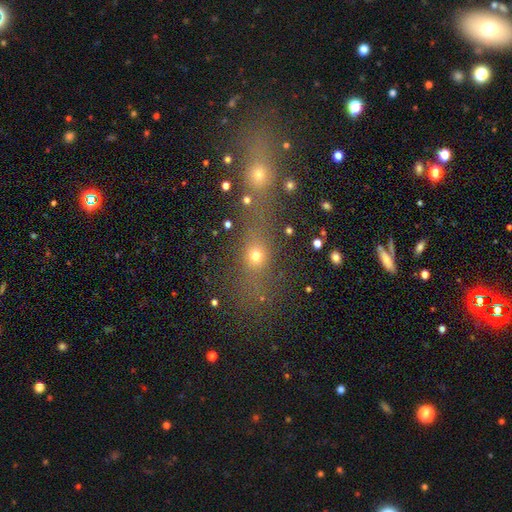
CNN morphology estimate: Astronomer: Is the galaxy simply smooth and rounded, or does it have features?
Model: smooth — 60%.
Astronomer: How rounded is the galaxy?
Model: round — 42% (runner-up: in between, 38%).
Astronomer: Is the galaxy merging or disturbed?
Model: none — 49% (runner-up: merger, 25%).